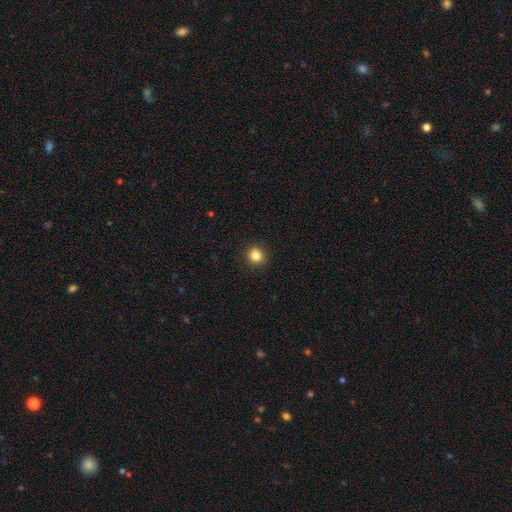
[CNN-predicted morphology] A smooth galaxy with no disk features (84%) that is round (84%).

Vote fractions:
- Smooth or featured? smooth: 84% / star or artifact: 11% / featured or disk: 5%
- How rounded? round: 84% / in between: 15% / cigar-shaped: 1%
- Merging? none: 90% / minor disturbance: 7% / major disturbance: 2% / merger: 1%